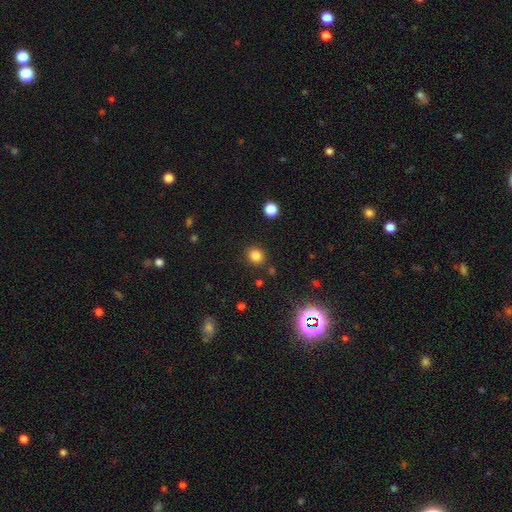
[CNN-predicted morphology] Smooth or featured: smooth — 82% (star or artifact — 13%)
How rounded: round — 78% (in between — 22%)
Merging: none — 86% (minor disturbance — 8%)